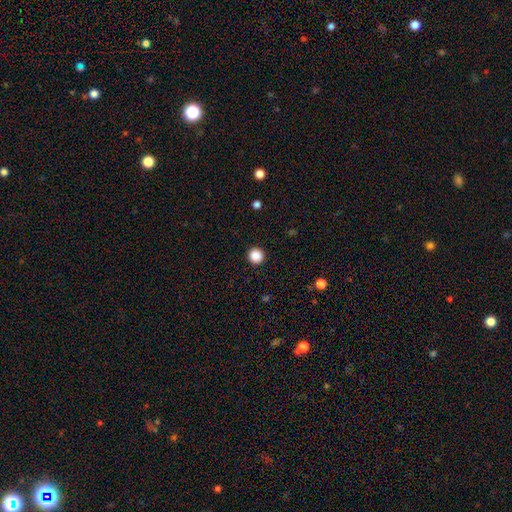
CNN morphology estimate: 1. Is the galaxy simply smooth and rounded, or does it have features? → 88% smooth, 10% star or artifact, 2% featured or disk.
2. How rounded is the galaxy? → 95% round, 4% in between, 1% cigar-shaped.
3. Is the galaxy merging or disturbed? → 93% none, 4% minor disturbance, 2% major disturbance, 1% merger.